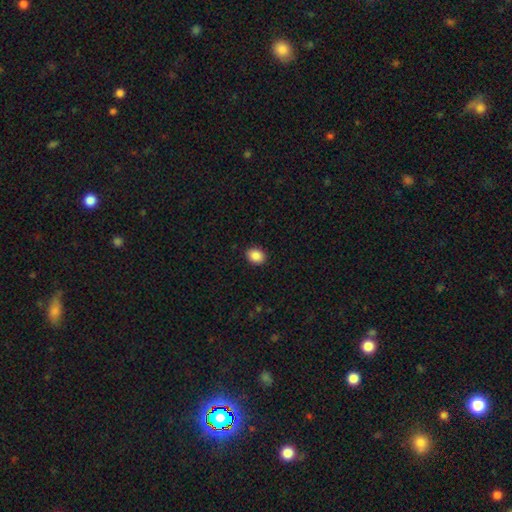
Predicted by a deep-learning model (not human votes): Q: Smooth or featured?
A: smooth (88%); runner-up: star or artifact (8%)
Q: How rounded?
A: in between (59%); runner-up: round (40%)
Q: Merging?
A: none (91%); runner-up: minor disturbance (7%)